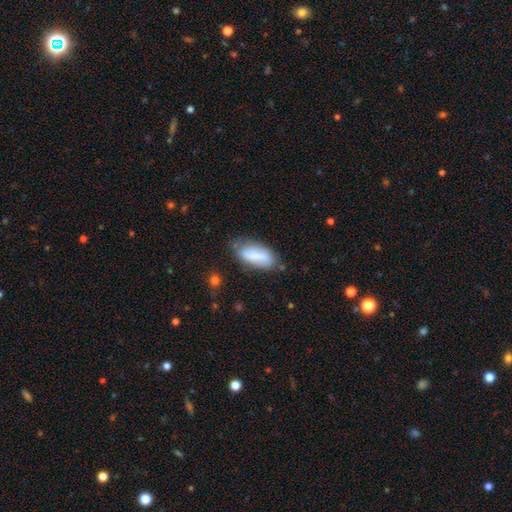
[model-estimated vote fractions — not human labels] This appears to be a smooth galaxy with no disk features (68%) that is in between round and cigar-shaped (81%). Merging: none (62%).